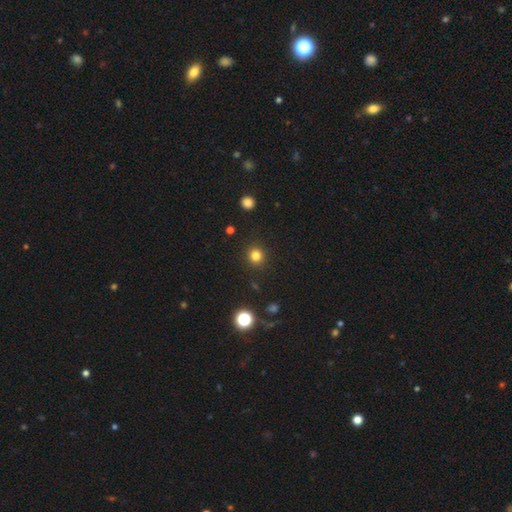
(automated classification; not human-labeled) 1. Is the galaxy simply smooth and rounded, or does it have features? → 81% smooth, 14% star or artifact, 5% featured or disk.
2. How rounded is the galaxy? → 92% round, 7% in between, 1% cigar-shaped.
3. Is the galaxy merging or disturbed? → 91% none, 5% minor disturbance, 2% major disturbance, 1% merger.